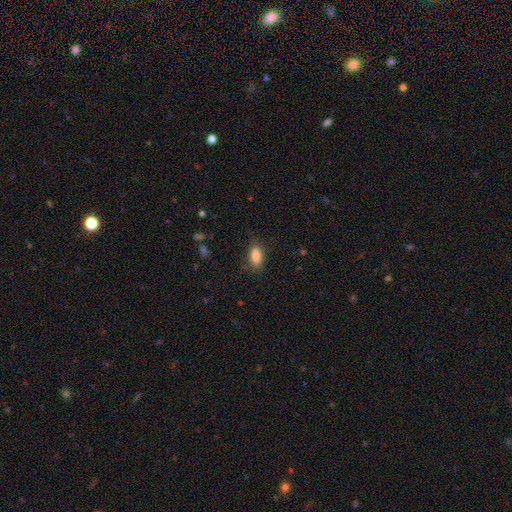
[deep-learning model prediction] Smooth or featured? Predicted: smooth (p=0.87). How rounded? Predicted: in between (p=0.87). Merging? Predicted: none (p=0.81).